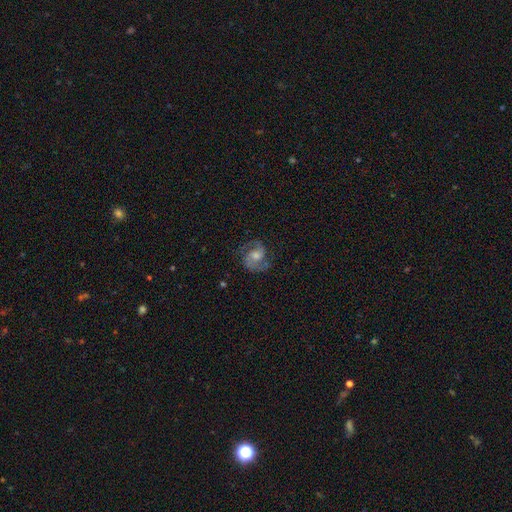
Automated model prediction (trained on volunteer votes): The model was most divided on "bar": no: 52%, weak: 39%, strong: 9%. More confident: edge-on disk — no (98%); spiral arms — yes (98%); spiral arm count — 2 (92%); smooth or featured — featured or disk (87%); merging — none (81%); spiral winding — medium (58%); bulge size — moderate (57%).